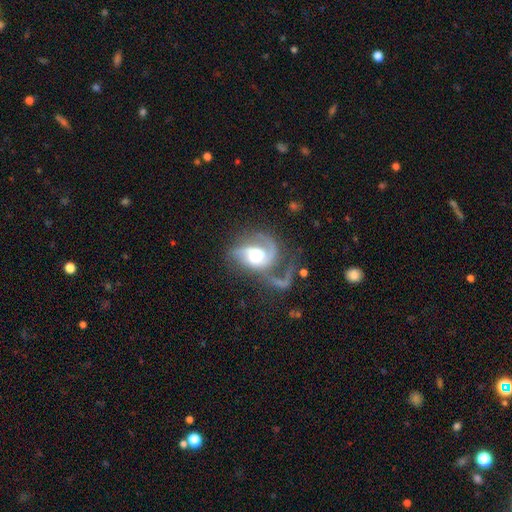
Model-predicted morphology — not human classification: Smooth or featured? Predicted: featured or disk (p=0.80). Edge-on disk? Predicted: no (p=0.97). Bar? Predicted: no (p=0.61). Spiral arms? Predicted: yes (p=0.93). Spiral winding? Predicted: medium (p=0.44). Spiral arm count? Predicted: 2 (p=0.47). Bulge size? Predicted: moderate (p=0.51). Merging? Predicted: major disturbance (p=0.44).